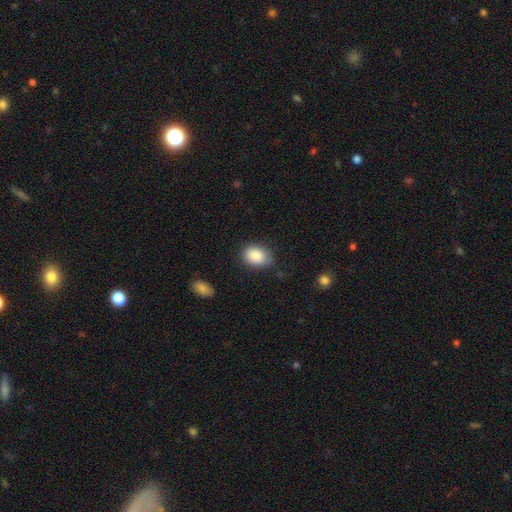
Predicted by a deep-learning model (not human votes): This appears to be a smooth galaxy with no disk features (87%) that is in between round and cigar-shaped (74%). Merging: none (75%).